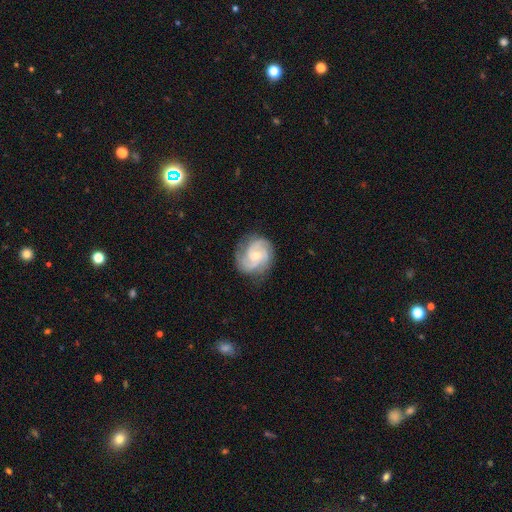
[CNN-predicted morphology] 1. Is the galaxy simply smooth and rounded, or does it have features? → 86% featured or disk, 9% smooth, 5% star or artifact.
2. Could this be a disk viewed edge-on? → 98% no, 2% yes.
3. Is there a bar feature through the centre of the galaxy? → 67% no, 28% weak, 5% strong.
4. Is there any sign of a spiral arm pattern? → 97% yes, 3% no.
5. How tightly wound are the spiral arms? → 53% tight, 39% medium, 8% loose.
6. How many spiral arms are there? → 40% 3, 35% 2, 12% can't tell, 5% 4, 4% 1, 4% more than 4.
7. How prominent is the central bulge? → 55% small, 42% moderate, 1% large, 1% none, 1% dominant.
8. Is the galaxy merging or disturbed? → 77% none, 17% minor disturbance, 5% major disturbance, 1% merger.